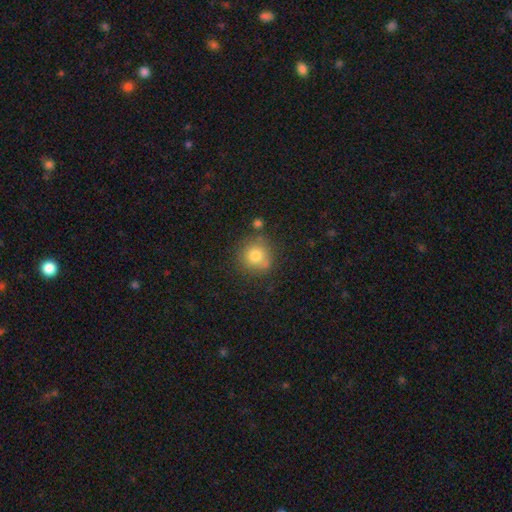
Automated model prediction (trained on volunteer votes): Smooth or featured? smooth (79%)
How rounded? round (90%)
Merging? none (71%)